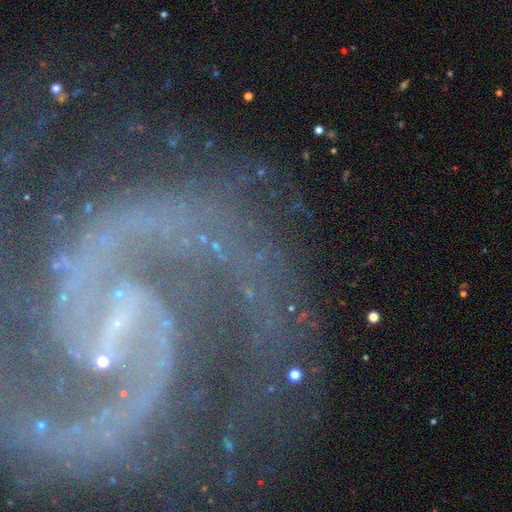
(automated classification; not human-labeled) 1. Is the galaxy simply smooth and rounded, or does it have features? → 90% featured or disk, 7% star or artifact, 4% smooth.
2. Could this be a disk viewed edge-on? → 98% no, 2% yes.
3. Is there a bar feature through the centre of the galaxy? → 43% strong, 40% weak, 18% no.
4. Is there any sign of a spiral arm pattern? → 98% yes, 2% no.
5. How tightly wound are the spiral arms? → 55% medium, 25% tight, 21% loose.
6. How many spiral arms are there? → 87% 2, 3% can't tell, 3% 3, 2% 1, 2% 4, 2% more than 4.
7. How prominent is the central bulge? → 73% small, 15% none, 8% moderate, 2% large, 1% dominant.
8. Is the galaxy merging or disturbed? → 66% none, 16% minor disturbance, 13% major disturbance, 5% merger.